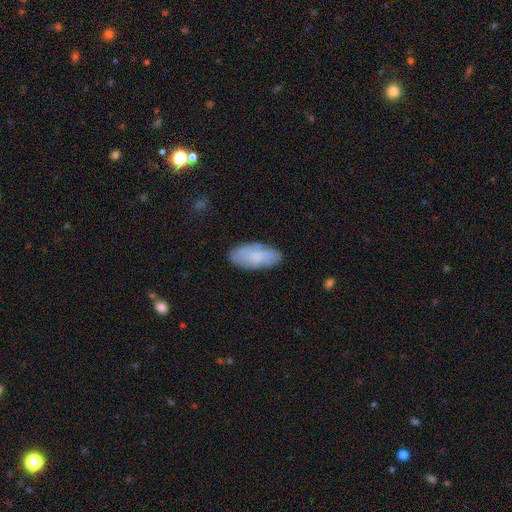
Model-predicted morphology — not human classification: A smooth galaxy with no disk features (64%) that is in between round and cigar-shaped (91%).

Vote fractions:
- Smooth or featured? smooth: 64% / featured or disk: 29% / star or artifact: 7%
- How rounded? in between: 91% / cigar-shaped: 7% / round: 2%
- Merging? none: 80% / minor disturbance: 15% / major disturbance: 3% / merger: 1%